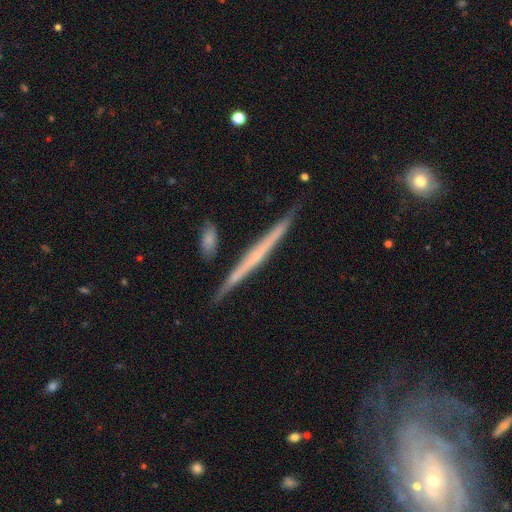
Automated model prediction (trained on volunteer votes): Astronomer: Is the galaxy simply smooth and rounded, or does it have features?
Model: featured or disk — 64%.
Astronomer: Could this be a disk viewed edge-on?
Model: yes — 96%.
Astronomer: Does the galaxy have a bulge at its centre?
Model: none — 80%.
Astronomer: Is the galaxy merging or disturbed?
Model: none — 83%.